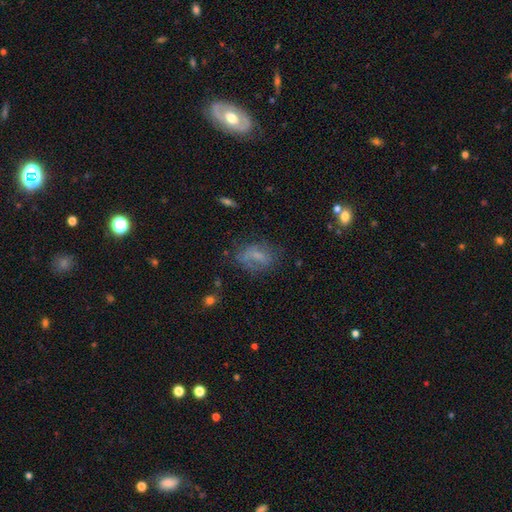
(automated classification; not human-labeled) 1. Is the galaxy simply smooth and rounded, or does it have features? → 48% smooth, 36% featured or disk, 16% star or artifact.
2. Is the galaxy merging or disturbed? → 52% none, 25% minor disturbance, 20% major disturbance, 3% merger.